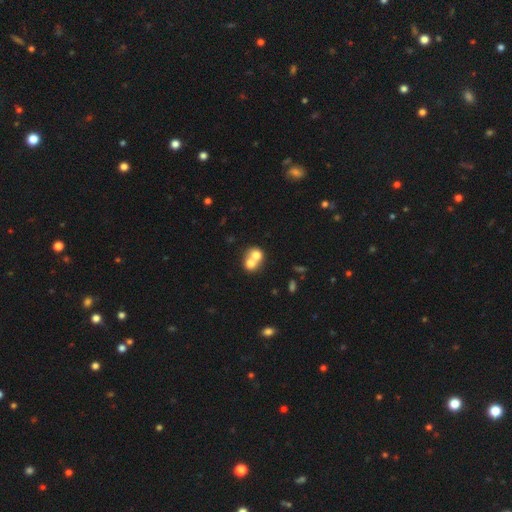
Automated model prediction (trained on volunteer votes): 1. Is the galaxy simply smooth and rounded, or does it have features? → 68% smooth, 22% featured or disk, 9% star or artifact.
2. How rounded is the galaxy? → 66% round, 33% in between, 1% cigar-shaped.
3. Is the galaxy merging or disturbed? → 73% merger, 20% none, 4% minor disturbance, 2% major disturbance.